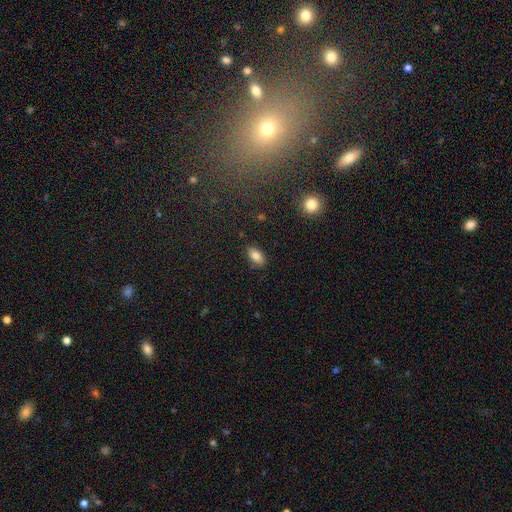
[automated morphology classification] Smooth or featured?
  - smooth: 84% *
  - star or artifact: 9%
  - featured or disk: 7%
How rounded?
  - in between: 90% *
  - cigar-shaped: 7%
  - round: 3%
Merging?
  - none: 85% *
  - minor disturbance: 11%
  - major disturbance: 2%
  - merger: 2%